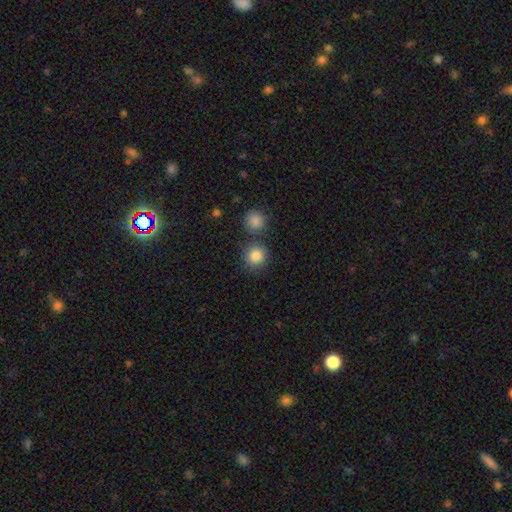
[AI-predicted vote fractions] A smooth galaxy with no disk features (85%) that is round (91%). Merging: none (76%).